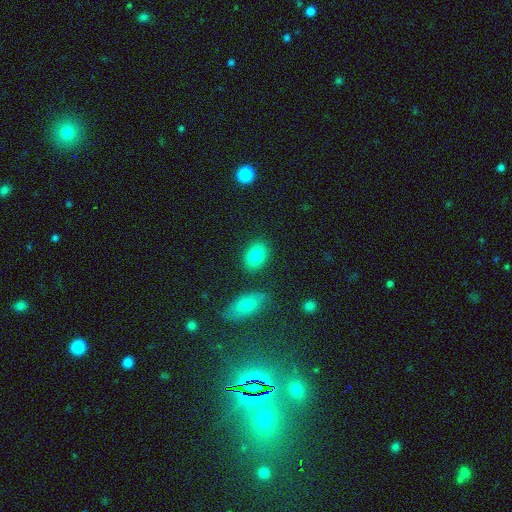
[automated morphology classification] Overall: smooth (83%). How rounded: in between (78%). Merging: none (82%).